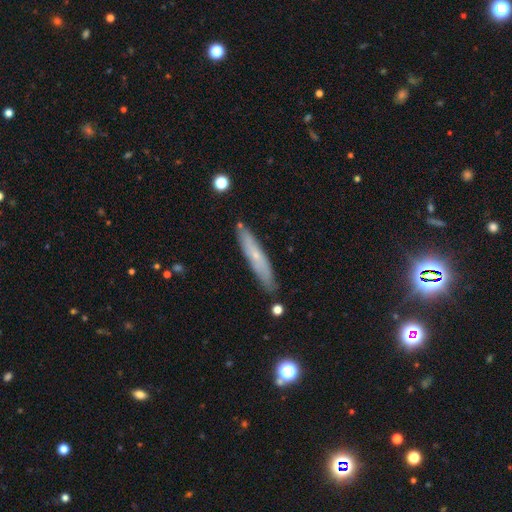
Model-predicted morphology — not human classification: smooth 48%, featured or disk 45%, star or artifact 7%. Down the decision tree: merging — none (82%).